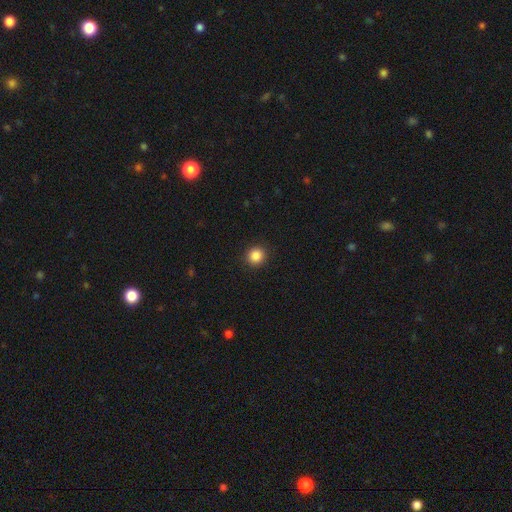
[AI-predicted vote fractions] A smooth galaxy with no disk features (86%) that is round (93%). Merging: none (92%).